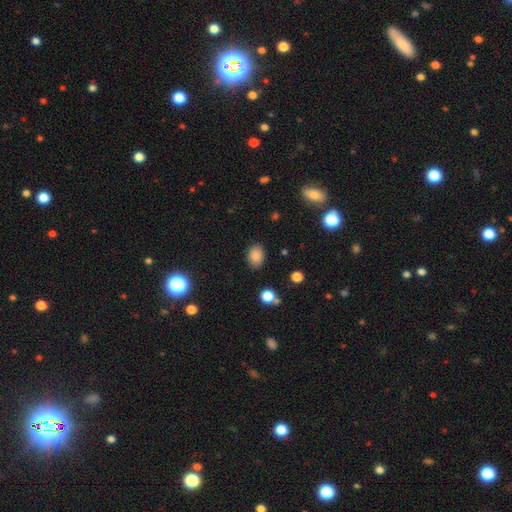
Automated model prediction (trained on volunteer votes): Smooth or featured: smooth — 84% (star or artifact — 11%)
How rounded: in between — 74% (round — 25%)
Merging: none — 84% (minor disturbance — 11%)